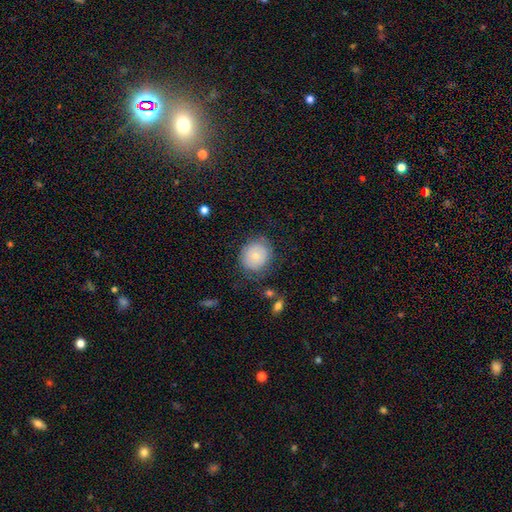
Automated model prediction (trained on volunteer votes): Overall: smooth (67%). How rounded: round (83%). Merging: none (76%).